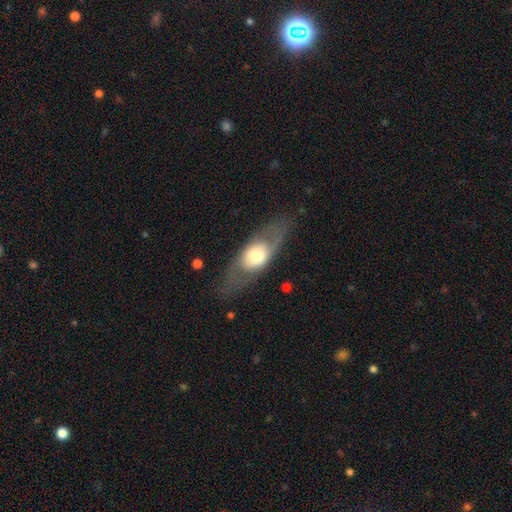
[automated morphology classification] Q: Smooth or featured?
A: featured or disk (51%); runner-up: smooth (43%)
Q: Edge-on disk?
A: no (69%); runner-up: yes (31%)
Q: Merging?
A: none (73%); runner-up: minor disturbance (15%)